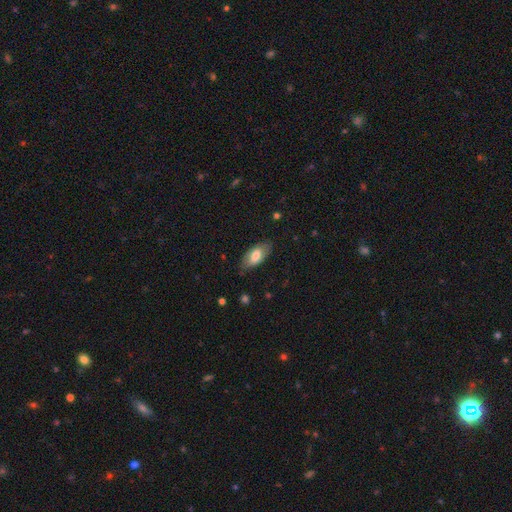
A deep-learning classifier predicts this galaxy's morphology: Q: Smooth or featured?
A: smooth (69%); runner-up: featured or disk (25%)
Q: How rounded?
A: in between (91%); runner-up: cigar-shaped (7%)
Q: Merging?
A: none (79%); runner-up: minor disturbance (16%)